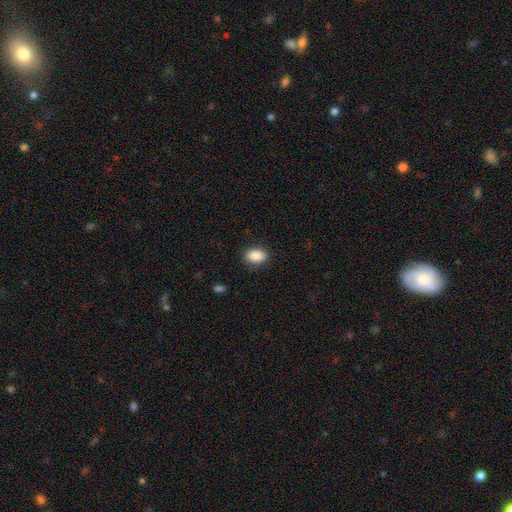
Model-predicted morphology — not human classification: A smooth galaxy with no disk features (89%) that is in between round and cigar-shaped (85%). Merging: none (86%).